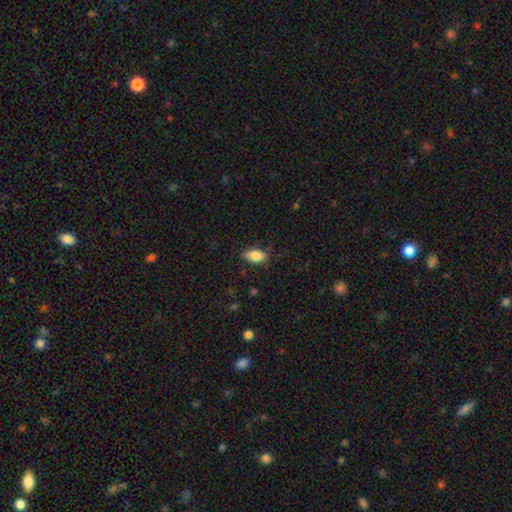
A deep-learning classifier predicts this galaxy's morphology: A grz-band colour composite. It shows a smooth galaxy with no disk features (84%) that is in between round and cigar-shaped (90%). Merging: none (78%).